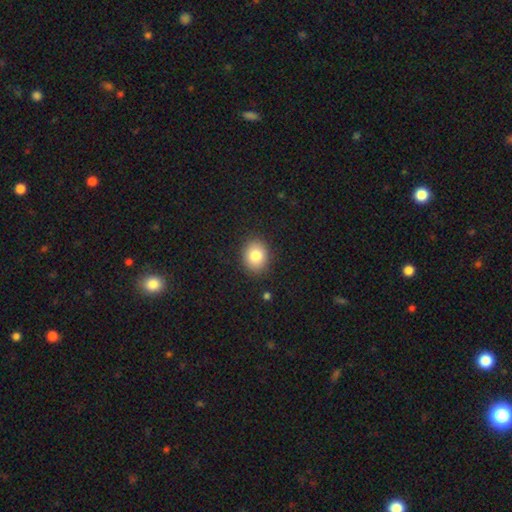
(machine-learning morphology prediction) A smooth galaxy with no disk features (81%) that is round (60%). Merging: none (89%).